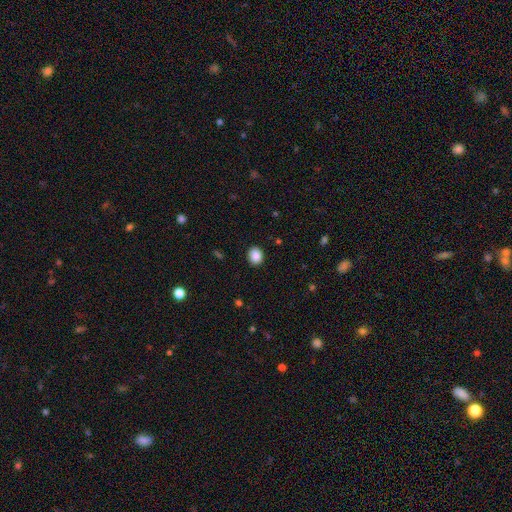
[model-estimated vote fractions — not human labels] smooth-or-featured: smooth: 89% | star or artifact: 9% | featured or disk: 3%
  how-rounded: round: 60% | in between: 39% | cigar-shaped: 1%
  merging: none: 90% | minor disturbance: 7% | major disturbance: 2% | merger: 1%